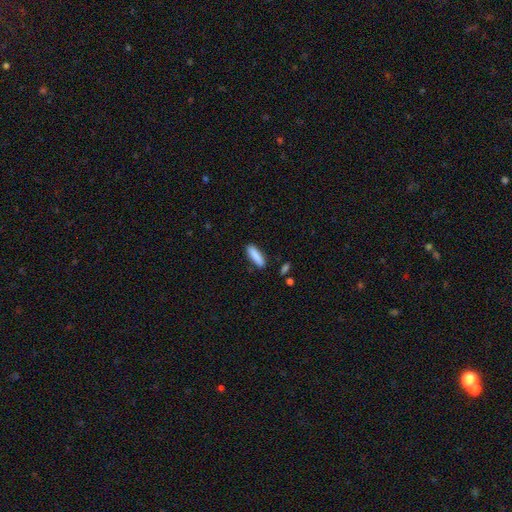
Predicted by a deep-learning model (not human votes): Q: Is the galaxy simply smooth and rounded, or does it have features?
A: smooth — 88%.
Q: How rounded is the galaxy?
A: cigar-shaped — 62%.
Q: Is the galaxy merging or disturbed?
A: none — 87%.